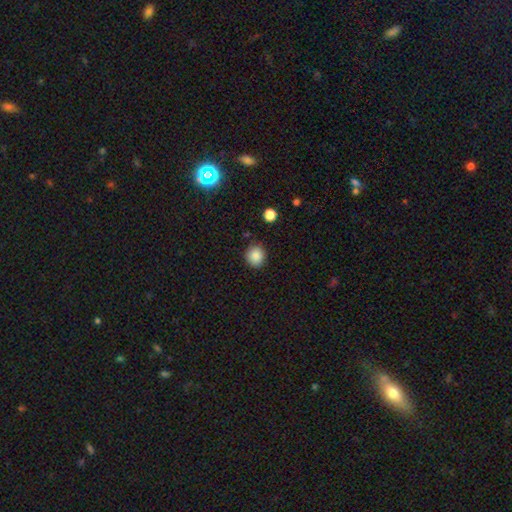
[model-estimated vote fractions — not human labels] The model was most divided on "how rounded": round: 84%, in between: 15%, cigar-shaped: 1%. More confident: merging — none (87%); smooth or featured — smooth (86%).